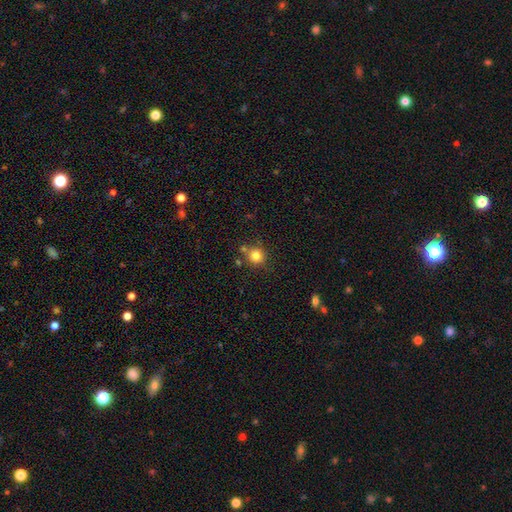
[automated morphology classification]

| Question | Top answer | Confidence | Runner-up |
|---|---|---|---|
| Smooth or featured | smooth | 81% | star or artifact (12%) |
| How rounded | round | 91% | in between (9%) |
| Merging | none | 74% | merger (12%) |